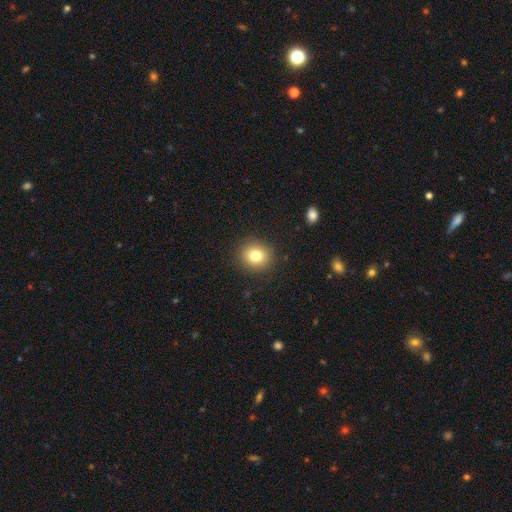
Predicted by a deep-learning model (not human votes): Q: Smooth or featured?
A: smooth (79%); runner-up: star or artifact (12%)
Q: How rounded?
A: round (83%); runner-up: in between (16%)
Q: Merging?
A: none (90%); runner-up: minor disturbance (7%)